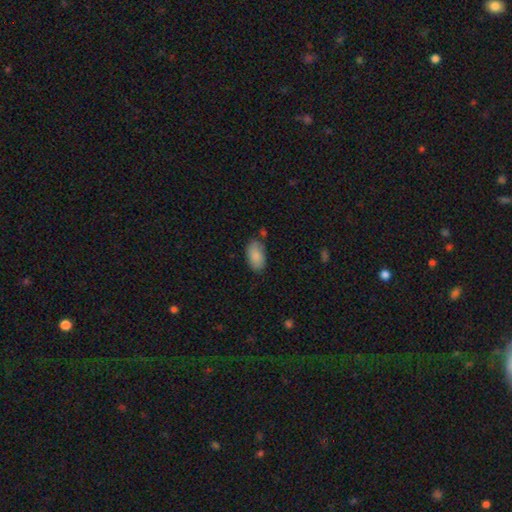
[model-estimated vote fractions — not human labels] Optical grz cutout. It shows a smooth galaxy with no disk features (86%) that is in between round and cigar-shaped (94%). Merging: none (72%).